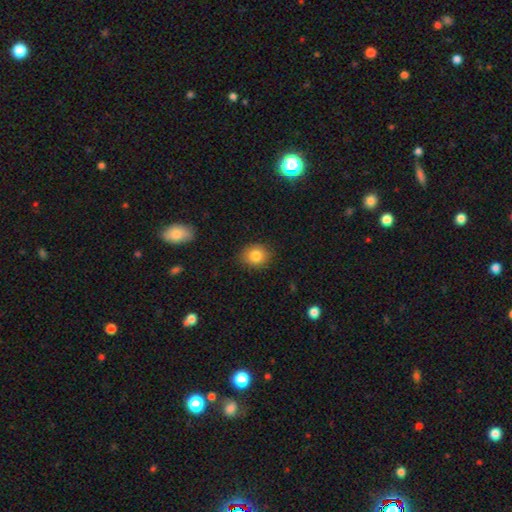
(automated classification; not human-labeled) A smooth galaxy with no disk features (83%) that is round (70%).

Vote fractions:
- Smooth or featured? smooth: 83% / star or artifact: 10% / featured or disk: 7%
- How rounded? round: 70% / in between: 29% / cigar-shaped: 1%
- Merging? none: 84% / minor disturbance: 12% / major disturbance: 3% / merger: 1%